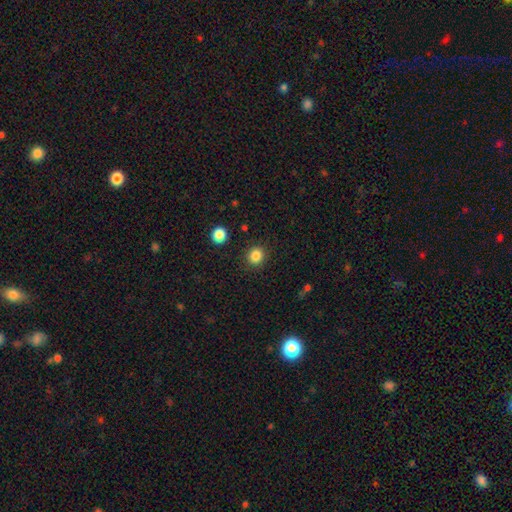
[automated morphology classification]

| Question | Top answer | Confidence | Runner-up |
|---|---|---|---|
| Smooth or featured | smooth | 85% | star or artifact (11%) |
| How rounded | round | 81% | in between (18%) |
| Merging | none | 89% | minor disturbance (6%) |